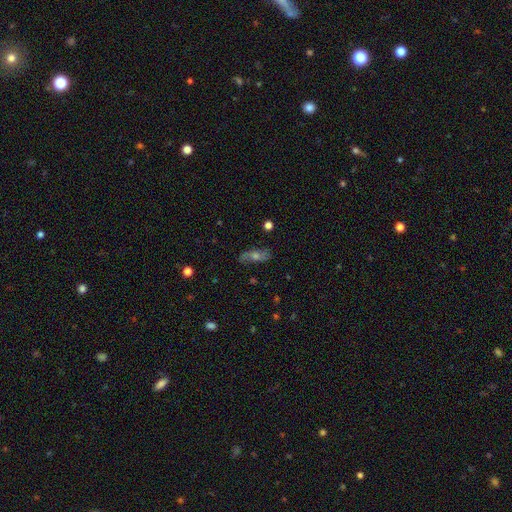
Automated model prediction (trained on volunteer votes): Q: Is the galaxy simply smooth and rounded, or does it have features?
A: featured or disk — 54%.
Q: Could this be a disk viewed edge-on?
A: no — 74%.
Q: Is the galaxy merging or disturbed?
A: none — 80%.